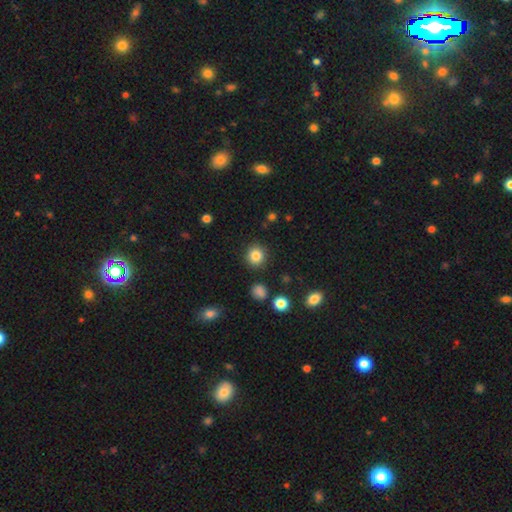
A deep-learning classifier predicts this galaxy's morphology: type=smooth (84%); roundness=round (89%); merging=none (90%).